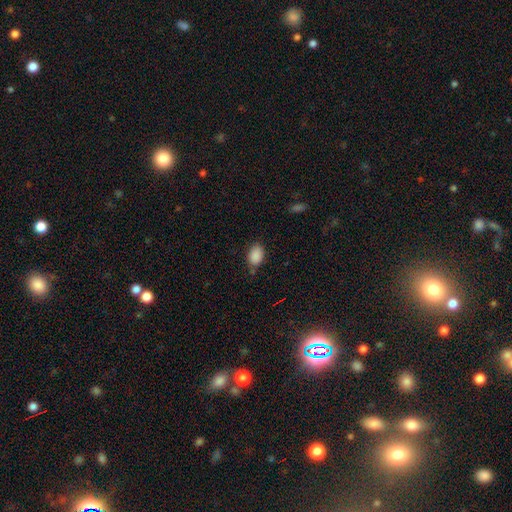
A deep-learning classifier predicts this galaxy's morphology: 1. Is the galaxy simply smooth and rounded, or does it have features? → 89% smooth, 8% star or artifact, 3% featured or disk.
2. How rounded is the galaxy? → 84% in between, 14% round, 1% cigar-shaped.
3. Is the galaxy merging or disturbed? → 73% none, 19% minor disturbance, 4% major disturbance, 3% merger.